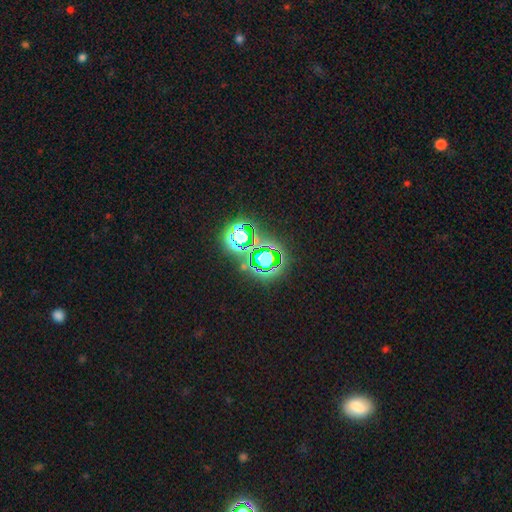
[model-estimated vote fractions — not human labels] smooth_or_featured: star or artifact (p=0.75) [alt: smooth p=0.18]